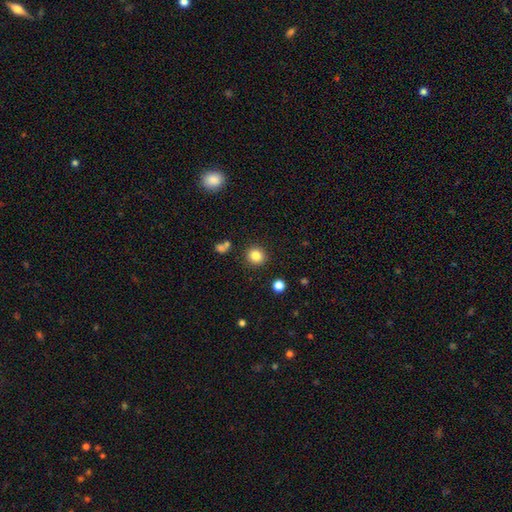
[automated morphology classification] type=smooth (83%); roundness=round (86%); merging=none (88%).